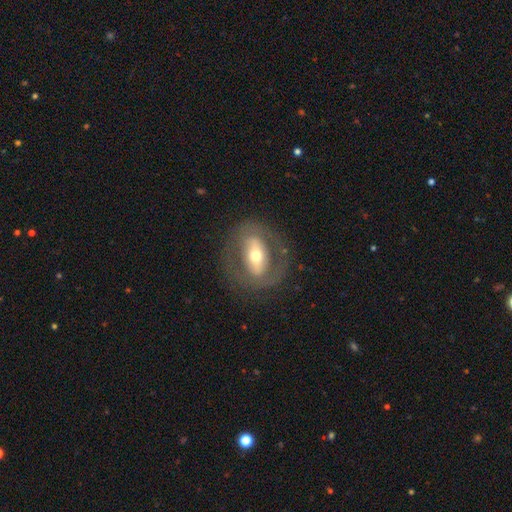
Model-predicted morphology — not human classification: A featured or disk galaxy (65%) with a strong bar (50%), no spiral arms (71%) and a moderate central bulge (62%). Merging: none (76%).